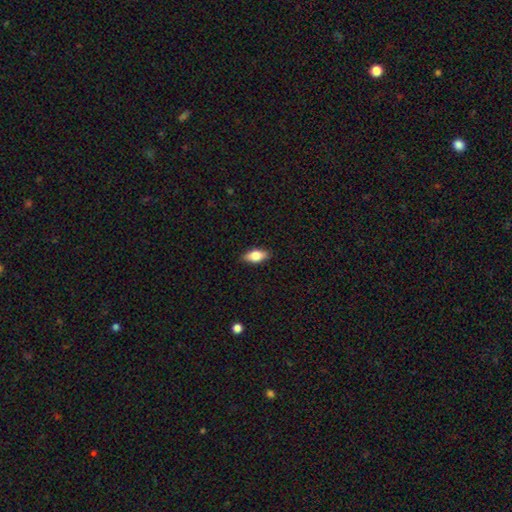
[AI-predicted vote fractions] A smooth galaxy with no disk features (74%) that is in between round and cigar-shaped (85%).

Vote fractions:
- Smooth or featured? smooth: 74% / featured or disk: 19% / star or artifact: 7%
- How rounded? in between: 85% / cigar-shaped: 11% / round: 4%
- Merging? none: 87% / minor disturbance: 10% / major disturbance: 2% / merger: 1%